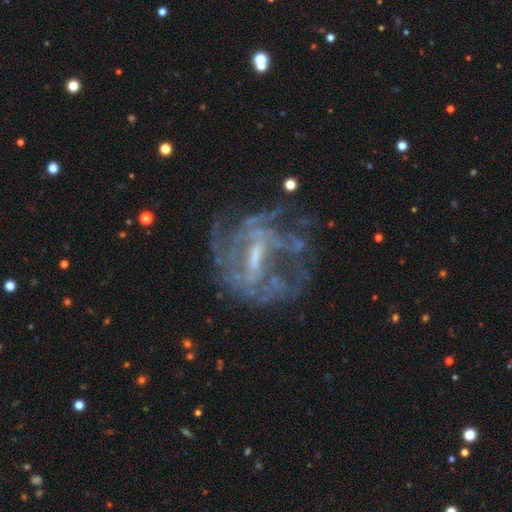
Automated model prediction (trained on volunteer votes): smooth-or-featured: featured or disk: 80% | star or artifact: 12% | smooth: 8%
  disk-edge-on: no: 96% | yes: 4%
    bar: weak: 48% | strong: 33% | no: 19%
    has-spiral-arms: yes: 75% | no: 25%
      spiral-winding: tight: 42% | medium: 39% | loose: 19%
      spiral-arm-count: can't tell: 48% | 3: 14% | 2: 14% | 4: 12% | more than 4: 6% | 1: 6%
    bulge-size: small: 45% | moderate: 29% | none: 22% | large: 2% | dominant: 1%
  merging: none: 56% | major disturbance: 24% | minor disturbance: 17% | merger: 3%